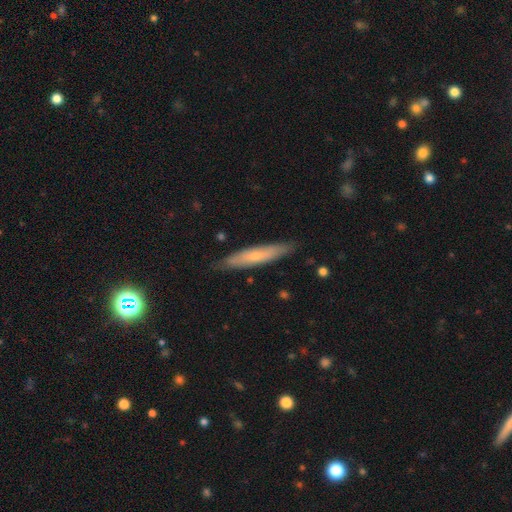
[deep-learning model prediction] Q: Smooth or featured?
A: smooth (59%); runner-up: featured or disk (35%)
Q: How rounded?
A: cigar-shaped (89%); runner-up: in between (10%)
Q: Merging?
A: none (84%); runner-up: minor disturbance (12%)